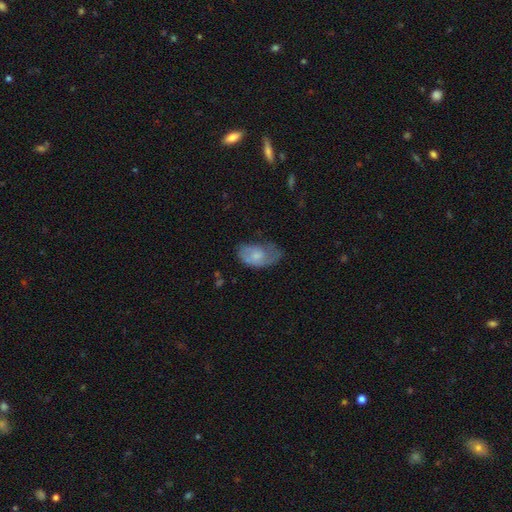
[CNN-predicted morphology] Smooth or featured: smooth — 58% (featured or disk — 35%)
How rounded: in between — 92% (round — 5%)
Merging: none — 40% (minor disturbance — 36%)